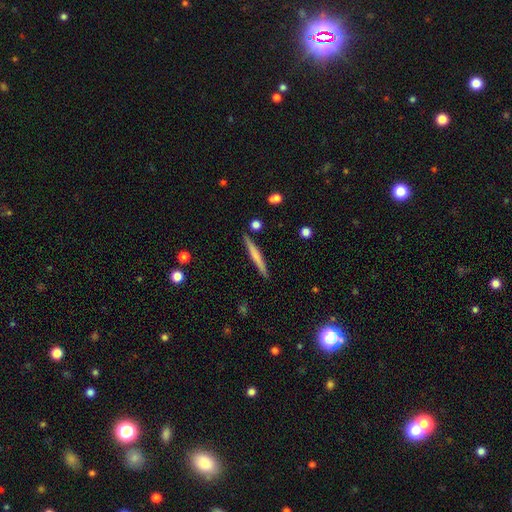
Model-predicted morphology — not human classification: A smooth galaxy with no disk features (52%) that is cigar-shaped (96%). Merging: none (90%).